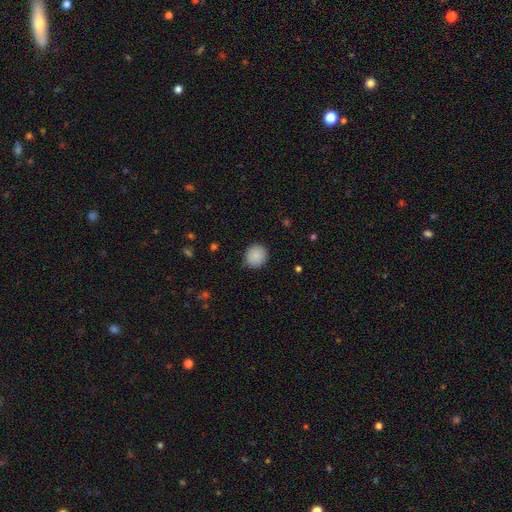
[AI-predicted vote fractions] Smooth or featured? Predicted: smooth (p=0.88). How rounded? Predicted: round (p=0.90). Merging? Predicted: none (p=0.87).